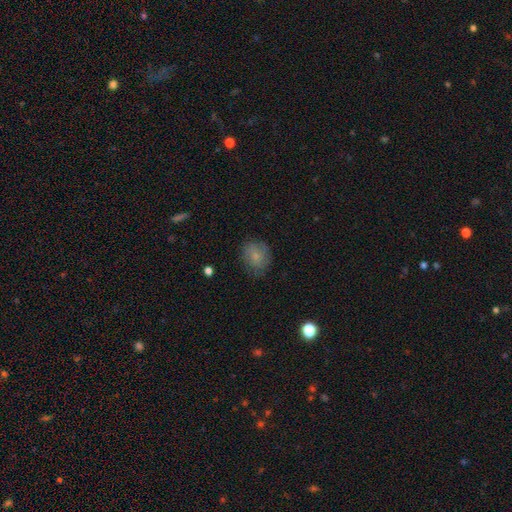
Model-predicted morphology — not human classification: Q: Smooth or featured?
A: smooth (73%); runner-up: featured or disk (18%)
Q: How rounded?
A: round (68%); runner-up: in between (31%)
Q: Merging?
A: none (73%); runner-up: minor disturbance (20%)